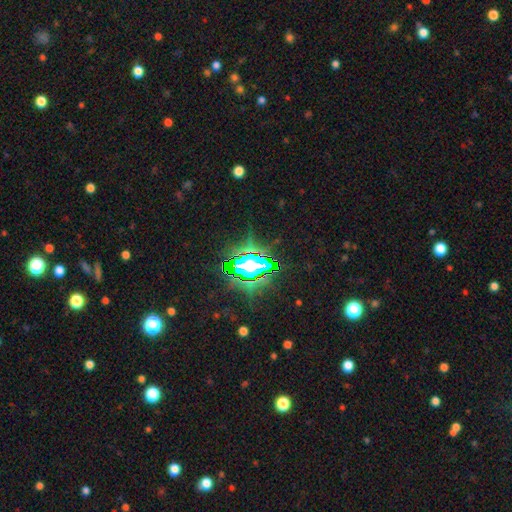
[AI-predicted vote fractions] Q: Smooth or featured?
A: star or artifact (72%); runner-up: smooth (16%)